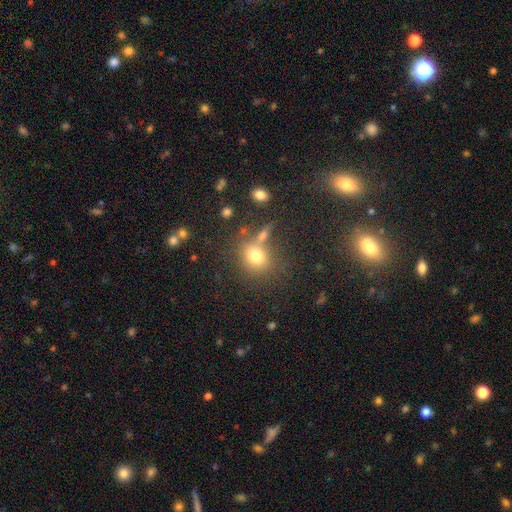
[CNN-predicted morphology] Smooth or featured? Predicted: smooth (p=0.75). How rounded? Predicted: round (p=0.67). Merging? Predicted: none (p=0.61).